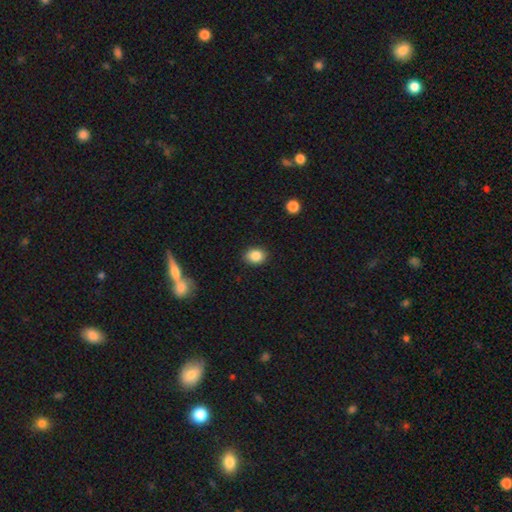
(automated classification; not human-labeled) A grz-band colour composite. It shows a smooth galaxy with no disk features (86%) that is in between round and cigar-shaped (58%). Merging: none (88%).